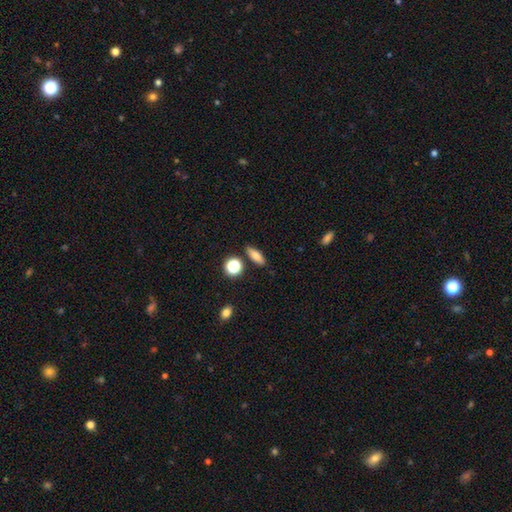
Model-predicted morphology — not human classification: A smooth galaxy with no disk features (74%) that is in between round and cigar-shaped (58%). Merging: none (83%).